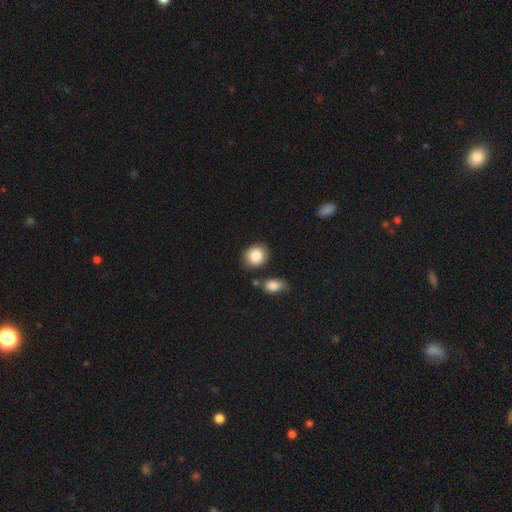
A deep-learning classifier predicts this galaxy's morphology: A smooth galaxy with no disk features (88%) that is round (67%).

Vote fractions:
- Smooth or featured? smooth: 88% / star or artifact: 7% / featured or disk: 5%
- How rounded? round: 67% / in between: 31% / cigar-shaped: 1%
- Merging? none: 74% / minor disturbance: 14% / merger: 8% / major disturbance: 4%